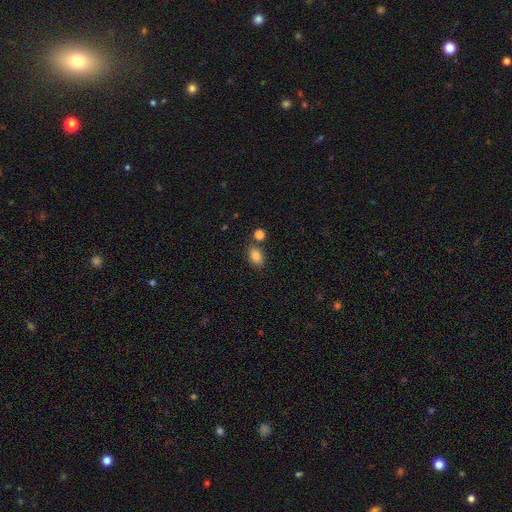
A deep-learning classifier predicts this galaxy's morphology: Smooth or featured: smooth — 85% (star or artifact — 10%)
How rounded: in between — 78% (round — 20%)
Merging: none — 72% (merger — 12%)